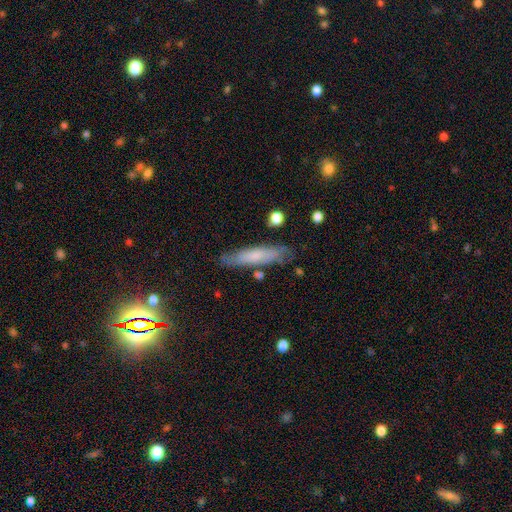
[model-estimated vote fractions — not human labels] smooth_or_featured: smooth (p=0.63) [alt: featured or disk p=0.30]
how_rounded: cigar-shaped (p=0.83) [alt: in between p=0.15]
merging: none (p=0.80) [alt: minor disturbance p=0.14]